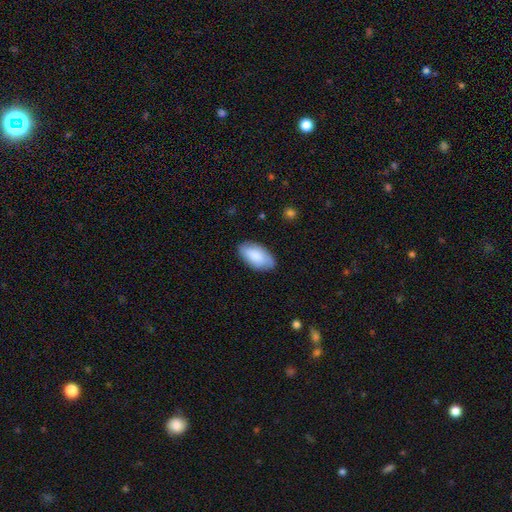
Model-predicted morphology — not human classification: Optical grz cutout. It shows a smooth galaxy with no disk features (84%) that is in between round and cigar-shaped (95%). Merging: none (81%).